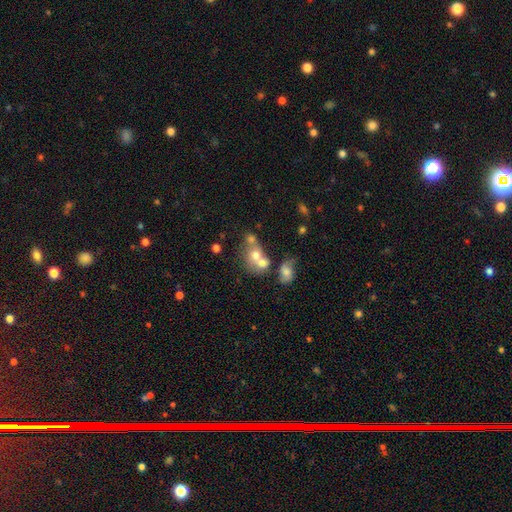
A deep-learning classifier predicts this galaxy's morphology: This is possibly a smooth galaxy (53%). How rounded: possibly round (53%). Merging: possibly merger (60%).